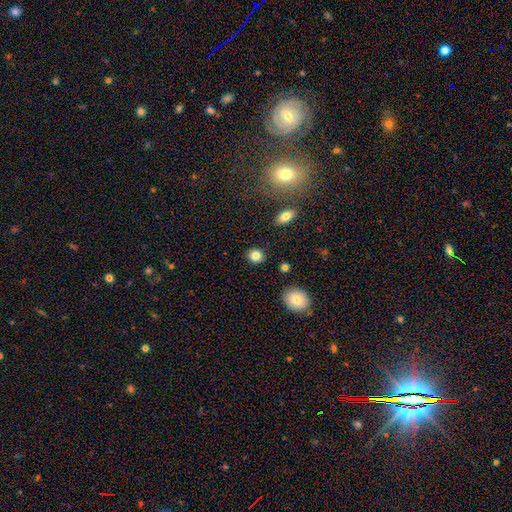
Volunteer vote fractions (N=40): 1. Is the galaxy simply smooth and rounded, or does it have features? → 85% smooth, 12% featured or disk, 2% star or artifact.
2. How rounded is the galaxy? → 68% round, 32% in between, 0% cigar-shaped.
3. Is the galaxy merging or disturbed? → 82% none, 13% minor disturbance, 5% merger, 0% major disturbance.